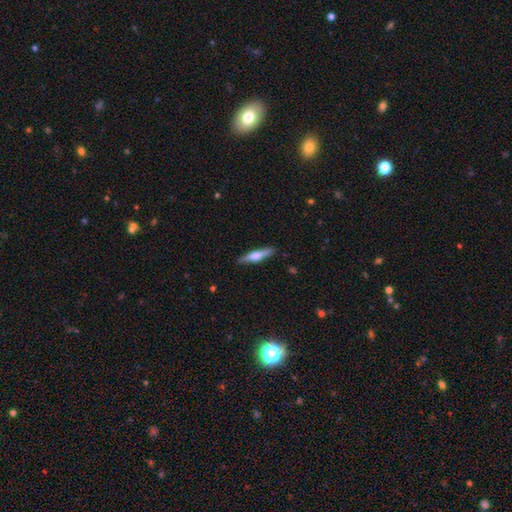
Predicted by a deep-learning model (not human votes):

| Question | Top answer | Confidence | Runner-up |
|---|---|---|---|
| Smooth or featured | featured or disk | 49% | smooth (45%) |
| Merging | none | 88% | minor disturbance (9%) |